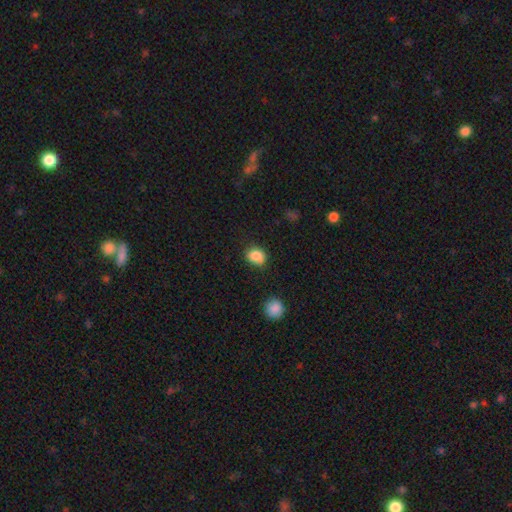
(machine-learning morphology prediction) Overall: smooth (85%). How rounded: round (53%; in between 46%). Merging: none (77%).